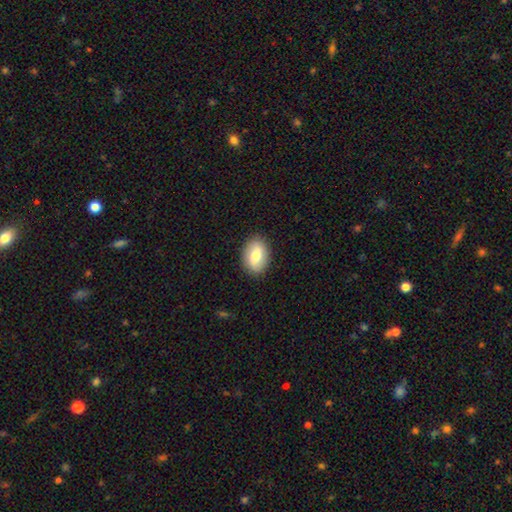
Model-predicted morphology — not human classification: type=smooth (71%); roundness=in between (81%); merging=none (88%).